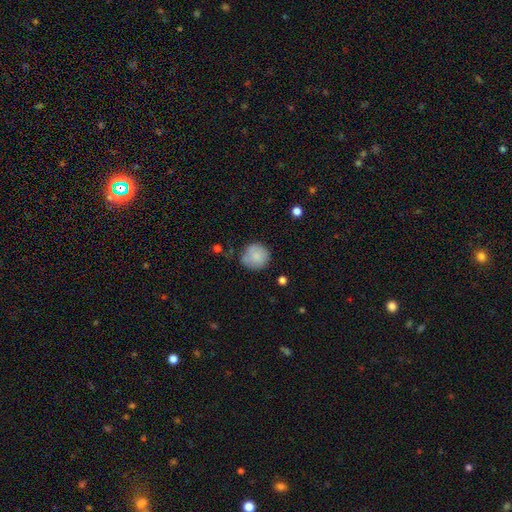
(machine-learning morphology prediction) smooth 84%, featured or disk 8%, star or artifact 7%. Down the decision tree: how rounded — round (91%); merging — none (68%).